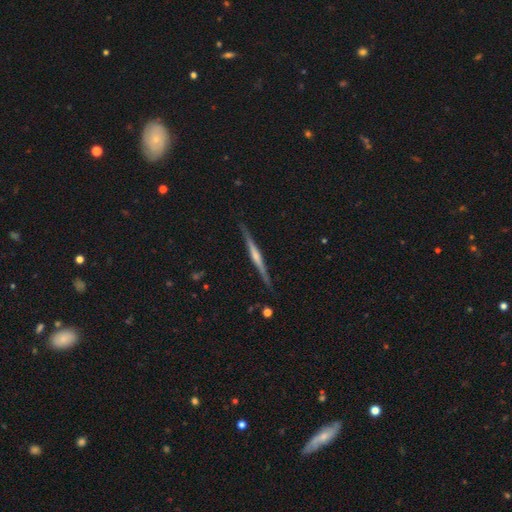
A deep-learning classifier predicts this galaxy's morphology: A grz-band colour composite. It shows a featured or disk galaxy (71%) viewed edge-on (98%) with a rounded central bulge (56%). Merging: none (88%).